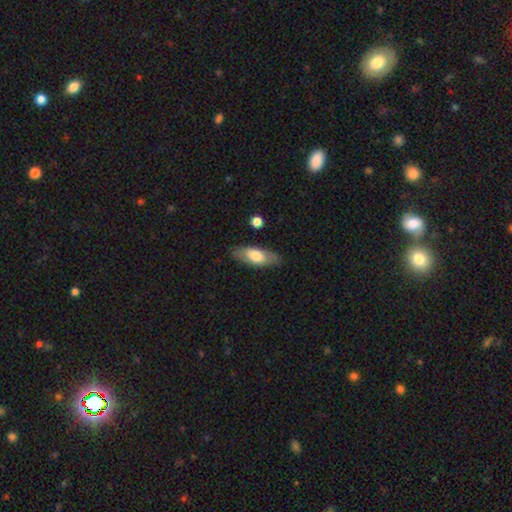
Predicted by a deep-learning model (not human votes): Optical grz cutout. It shows a smooth galaxy with no disk features (65%) that is in between round and cigar-shaped (76%). Merging: none (82%).